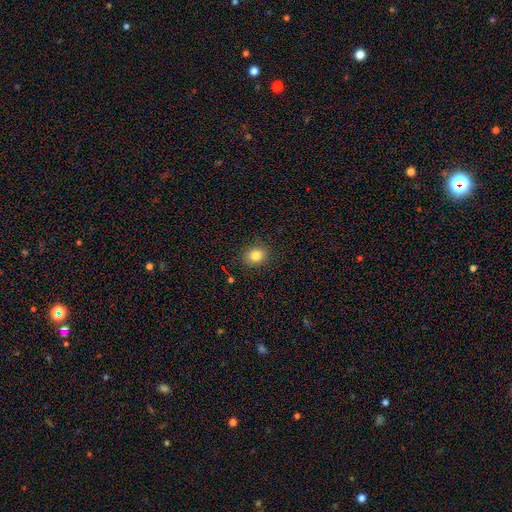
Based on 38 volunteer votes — Smooth or featured? smooth (87%)
How rounded? round (76%)
Merging? none (91%)